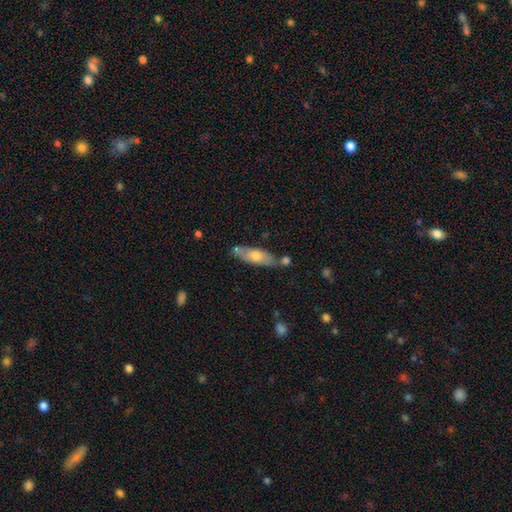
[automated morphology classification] A smooth galaxy with no disk features (58%) that is in between round and cigar-shaped (54%). Merging: none (68%).